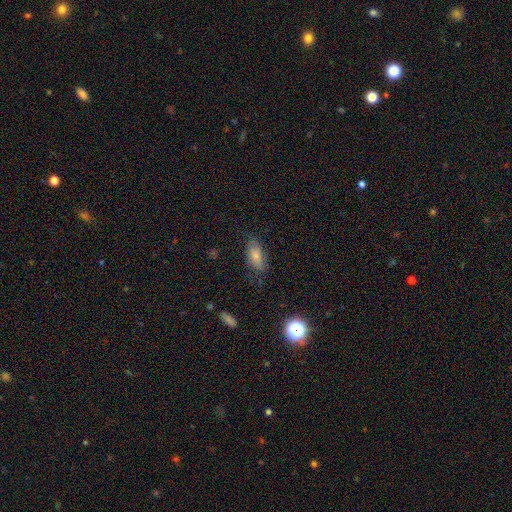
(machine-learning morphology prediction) A smooth galaxy with no disk features (75%) that is in between round and cigar-shaped (87%). Merging: none (67%).